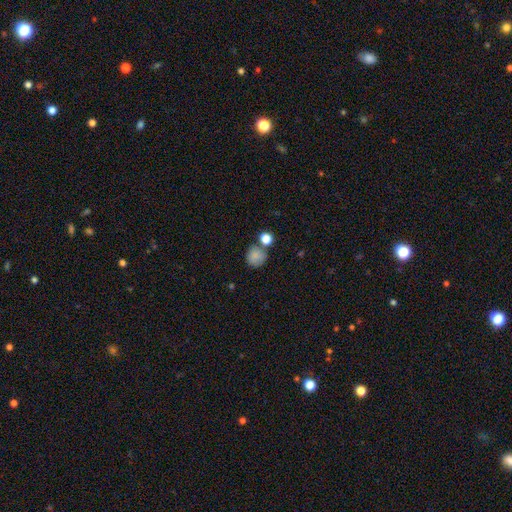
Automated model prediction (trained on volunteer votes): Smooth or featured? Predicted: smooth (p=0.83). How rounded? Predicted: round (p=0.86). Merging? Predicted: none (p=0.62).